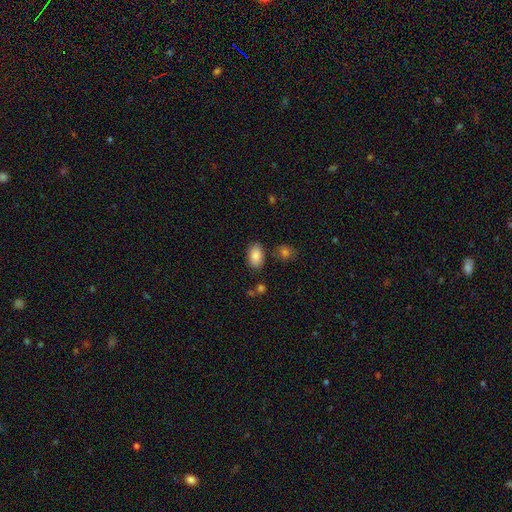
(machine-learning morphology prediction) Smooth or featured? smooth (87%)
How rounded? in between (91%)
Merging? none (82%)